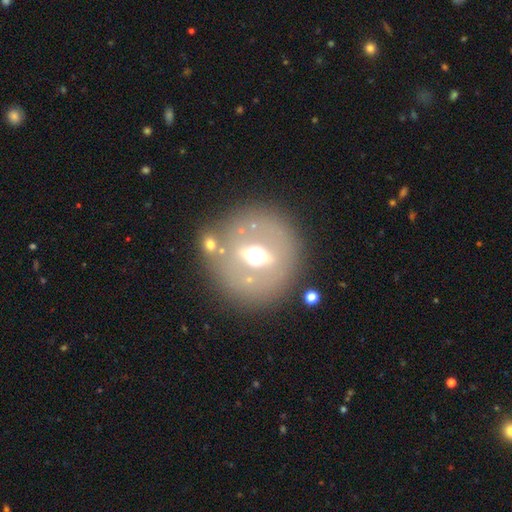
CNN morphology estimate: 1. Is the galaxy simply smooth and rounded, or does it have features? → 47% featured or disk, 38% smooth, 15% star or artifact.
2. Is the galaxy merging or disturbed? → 79% none, 9% minor disturbance, 6% merger, 6% major disturbance.